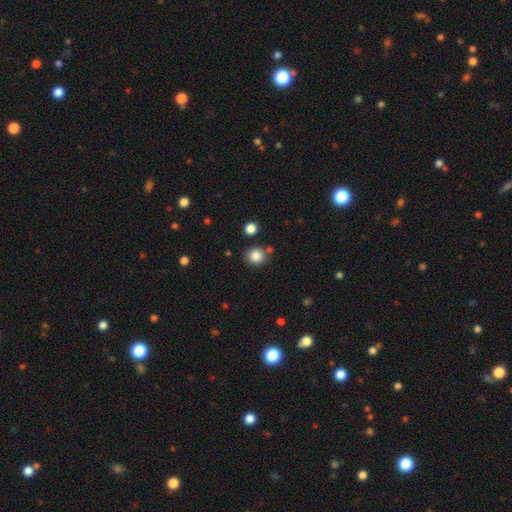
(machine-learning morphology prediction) A smooth galaxy with no disk features (85%) that is round (87%).

Vote fractions:
- Smooth or featured? smooth: 85% / star or artifact: 11% / featured or disk: 4%
- How rounded? round: 87% / in between: 12% / cigar-shaped: 1%
- Merging? none: 80% / minor disturbance: 9% / merger: 8% / major disturbance: 3%